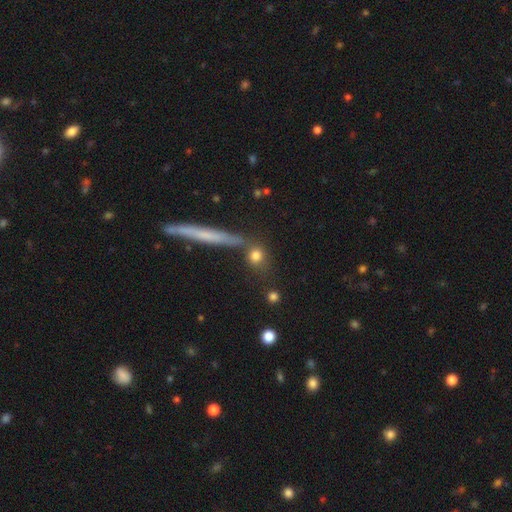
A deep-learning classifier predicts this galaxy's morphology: Q: Smooth or featured?
A: smooth (77%); runner-up: featured or disk (12%)
Q: How rounded?
A: round (71%); runner-up: in between (17%)
Q: Merging?
A: none (74%); runner-up: minor disturbance (11%)